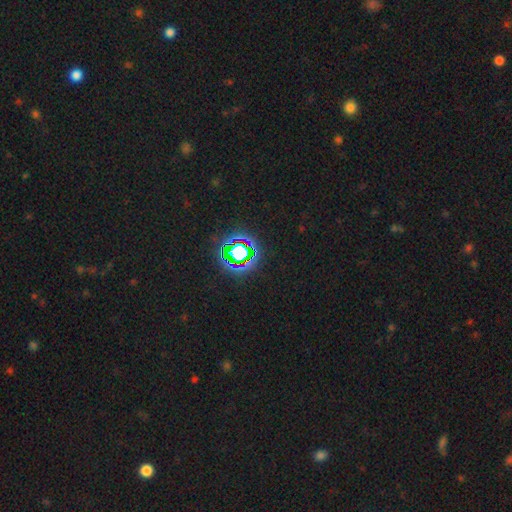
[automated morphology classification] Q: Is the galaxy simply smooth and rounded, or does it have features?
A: star or artifact — 73%.